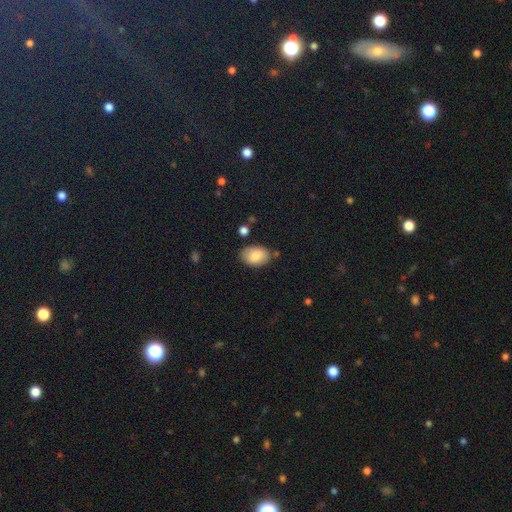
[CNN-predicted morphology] smooth 84%, featured or disk 9%, star or artifact 7%. Down the decision tree: how rounded — in between (88%); merging — none (77%).